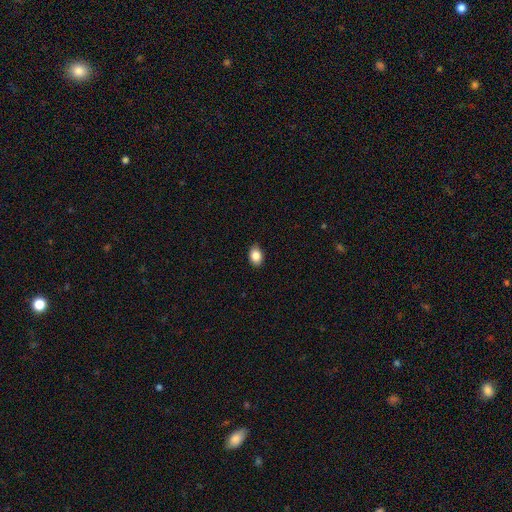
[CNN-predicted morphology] Smooth or featured?
  - smooth: 86% *
  - star or artifact: 8%
  - featured or disk: 6%
How rounded?
  - in between: 72% *
  - round: 27%
  - cigar-shaped: 1%
Merging?
  - none: 84% *
  - minor disturbance: 13%
  - major disturbance: 2%
  - merger: 1%